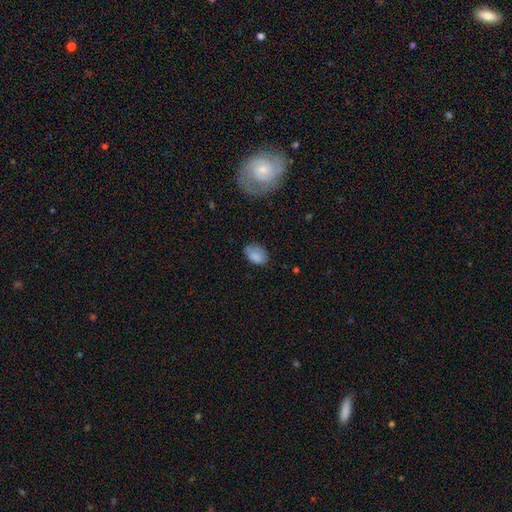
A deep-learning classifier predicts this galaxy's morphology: type=smooth (81%); roundness=in between (86%); merging=none (61%).